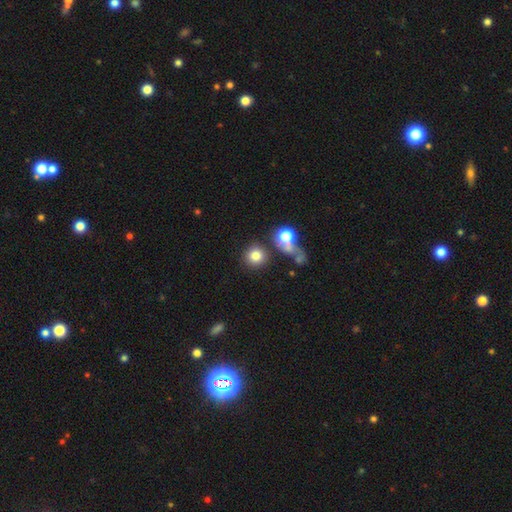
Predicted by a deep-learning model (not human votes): The model was most divided on "merging": none: 74%, merger: 13%, minor disturbance: 8%, major disturbance: 6%. More confident: how rounded — round (92%); smooth or featured — smooth (78%).